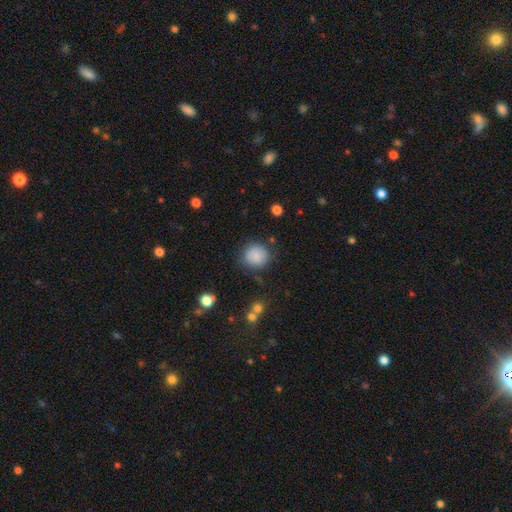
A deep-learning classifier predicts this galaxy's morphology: The model was most divided on "merging": none: 82%, minor disturbance: 12%, major disturbance: 4%, merger: 2%. More confident: how rounded — round (89%); smooth or featured — smooth (86%).